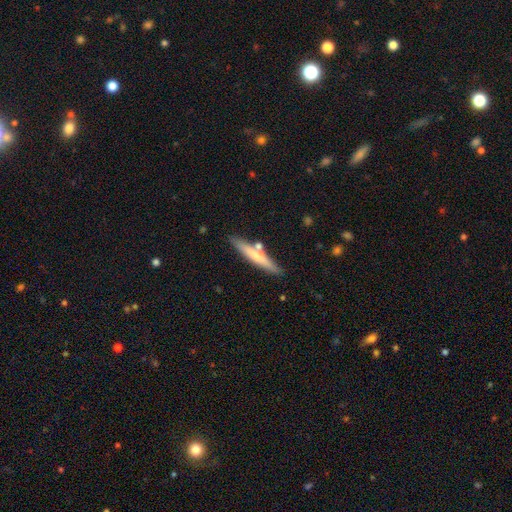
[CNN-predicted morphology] This is possibly a smooth galaxy (57%). How rounded: clearly cigar-shaped (93%). Merging: likely none (79%).